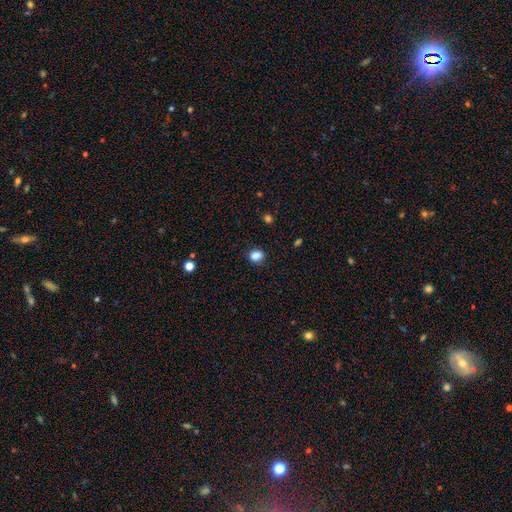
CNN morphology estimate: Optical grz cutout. It shows a smooth galaxy with no disk features (86%) that is round (60%). Merging: none (85%).